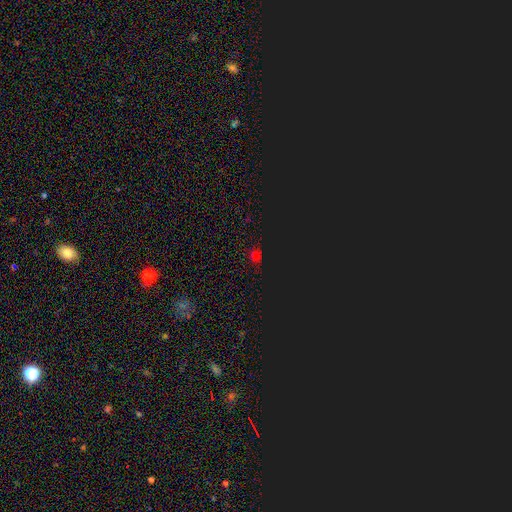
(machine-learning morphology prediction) Smooth or featured?
  - star or artifact: 57% *
  - smooth: 36%
  - featured or disk: 6%